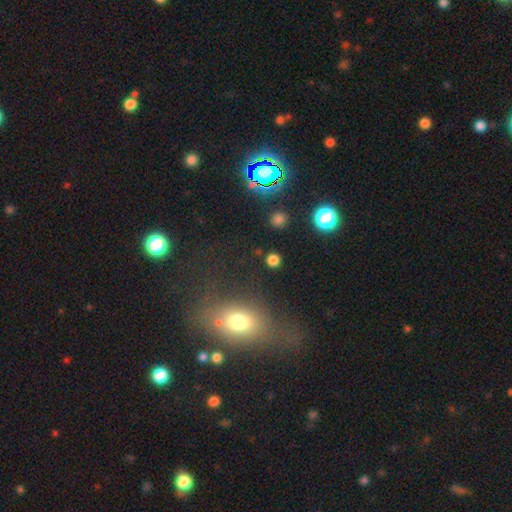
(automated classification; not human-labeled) Smooth or featured? smooth (54%)
How rounded? in between (65%)
Merging? none (56%)